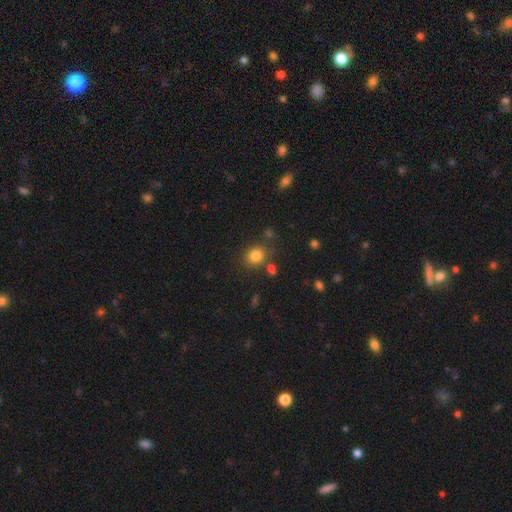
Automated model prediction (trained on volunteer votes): smooth 81%, star or artifact 13%, featured or disk 6%. Down the decision tree: how rounded — round (71%); merging — none (75%).